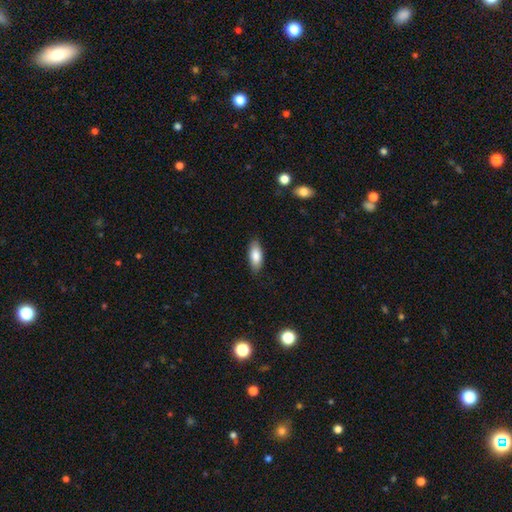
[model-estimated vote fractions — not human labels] Smooth or featured? smooth (84%)
How rounded? in between (81%)
Merging? none (86%)